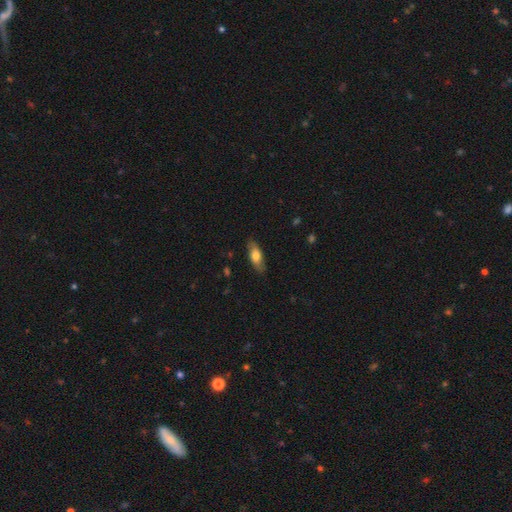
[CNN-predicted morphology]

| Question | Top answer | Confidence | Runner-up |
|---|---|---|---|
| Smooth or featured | smooth | 64% | featured or disk (30%) |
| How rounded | in between | 70% | cigar-shaped (26%) |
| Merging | none | 83% | minor disturbance (14%) |